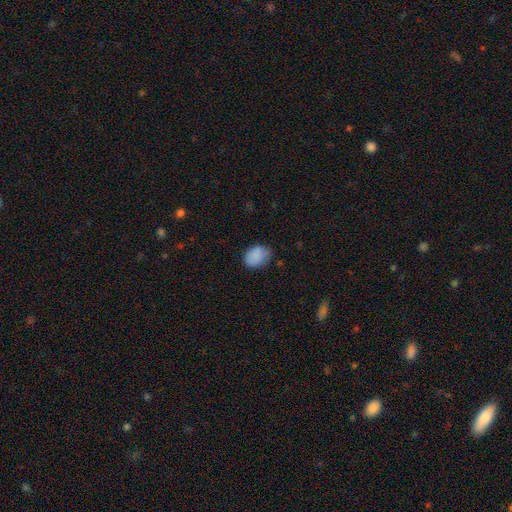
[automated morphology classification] A smooth galaxy with no disk features (85%) that is in between round and cigar-shaped (66%).

Vote fractions:
- Smooth or featured? smooth: 85% / star or artifact: 8% / featured or disk: 7%
- How rounded? in between: 66% / round: 33% / cigar-shaped: 1%
- Merging? none: 66% / minor disturbance: 27% / major disturbance: 6% / merger: 2%